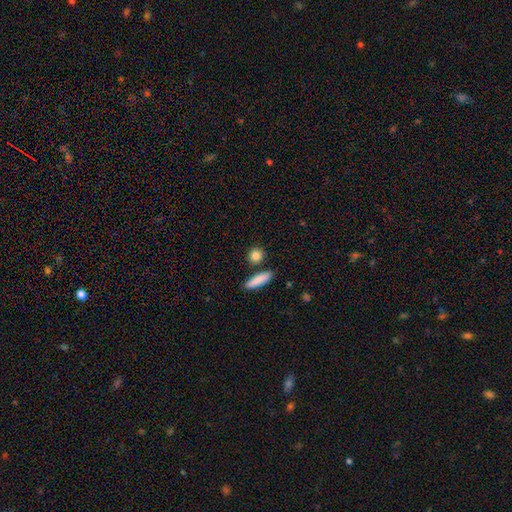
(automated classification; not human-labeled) smooth-or-featured: smooth: 86% | star or artifact: 8% | featured or disk: 6%
  how-rounded: round: 71% | in between: 18% | cigar-shaped: 11%
  merging: none: 82% | minor disturbance: 8% | merger: 8% | major disturbance: 2%